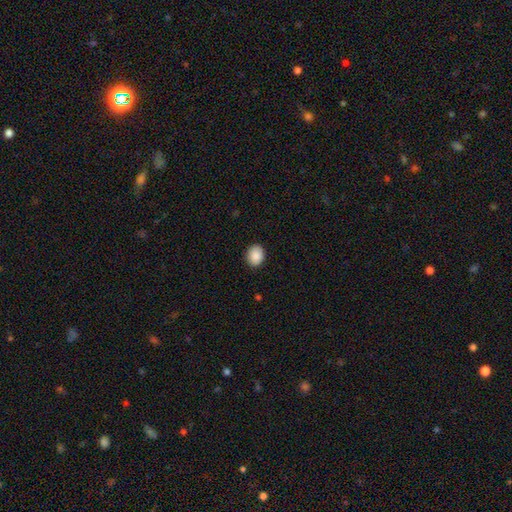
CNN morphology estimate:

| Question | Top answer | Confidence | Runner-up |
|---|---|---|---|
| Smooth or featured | smooth | 89% | star or artifact (8%) |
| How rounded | round | 57% | in between (43%) |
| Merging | none | 87% | minor disturbance (10%) |